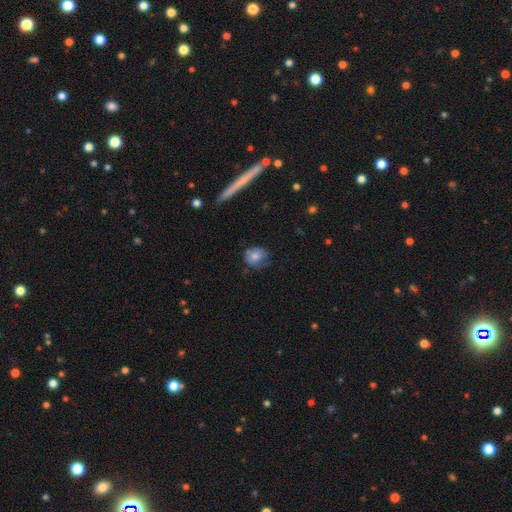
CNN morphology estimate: Smooth or featured: smooth — 65% (featured or disk — 27%)
How rounded: round — 68% (in between — 31%)
Merging: none — 52% (minor disturbance — 29%)